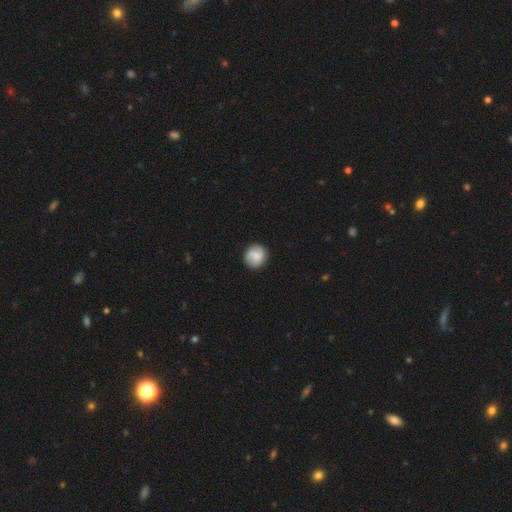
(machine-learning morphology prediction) Smooth or featured? Predicted: smooth (p=0.70). How rounded? Predicted: round (p=0.87). Merging? Predicted: none (p=0.84).